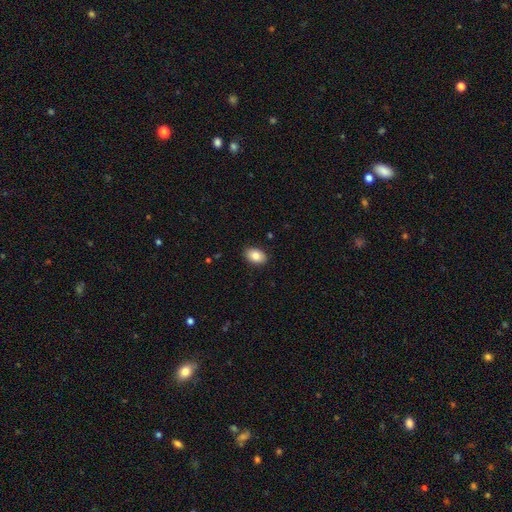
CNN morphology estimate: A smooth galaxy with no disk features (84%) that is in between round and cigar-shaped (86%). Merging: none (88%).